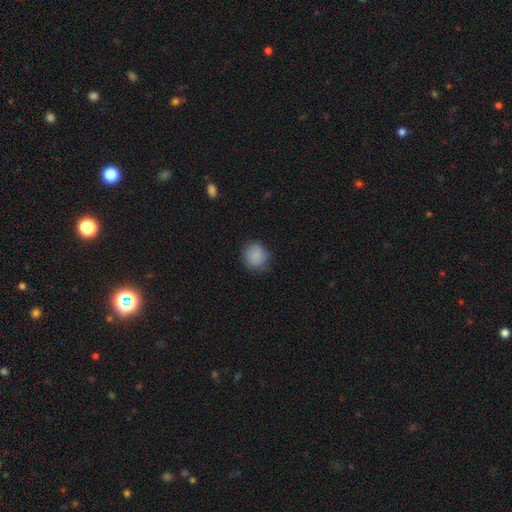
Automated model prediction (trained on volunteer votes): The model was most divided on "merging": none: 80%, minor disturbance: 15%, major disturbance: 4%, merger: 1%. More confident: smooth or featured — smooth (88%); how rounded — round (84%).